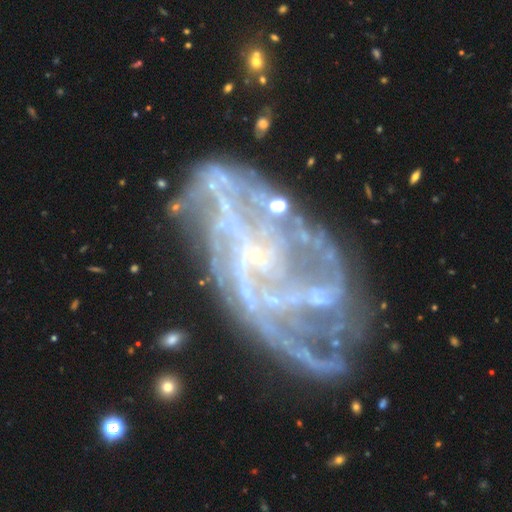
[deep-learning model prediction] Smooth or featured: featured or disk — 85% (star or artifact — 9%)
Edge-on disk: no — 96% (yes — 4%)
Bar: no — 49% (weak — 34%)
Spiral arms: yes — 88% (no — 12%)
Spiral winding: medium — 42% (tight — 32%)
Spiral arm count: can't tell — 29% (3 — 20%)
Bulge size: small — 62% (none — 28%)
Merging: none — 52% (major disturbance — 22%)